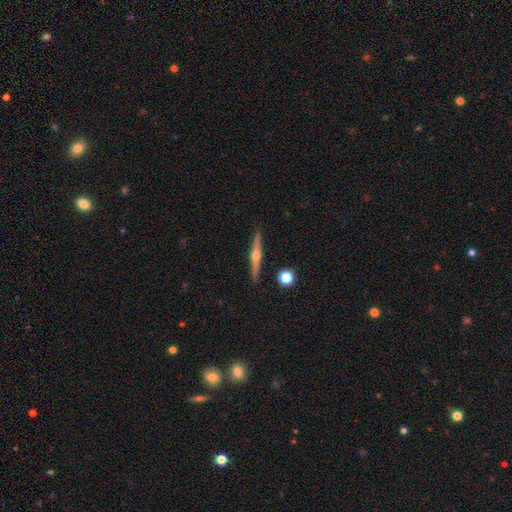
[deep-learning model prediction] This appears to be a featured or disk galaxy (76%) viewed edge-on (98%) with a rounded central bulge (95%). Merging: none (91%).